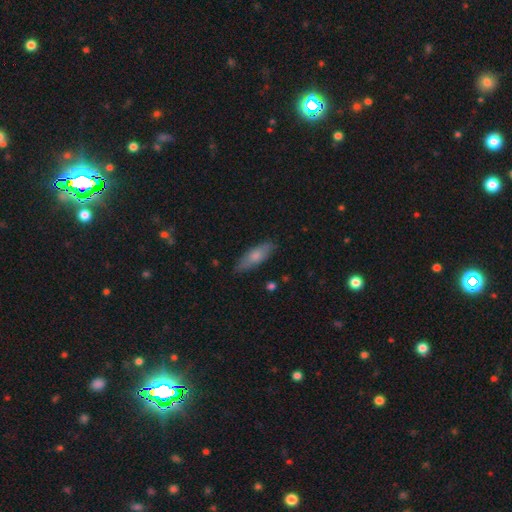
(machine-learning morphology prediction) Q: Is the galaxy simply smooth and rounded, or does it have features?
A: smooth — 71%.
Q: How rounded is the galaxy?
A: in between — 55%.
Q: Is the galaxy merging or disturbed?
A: none — 83%.